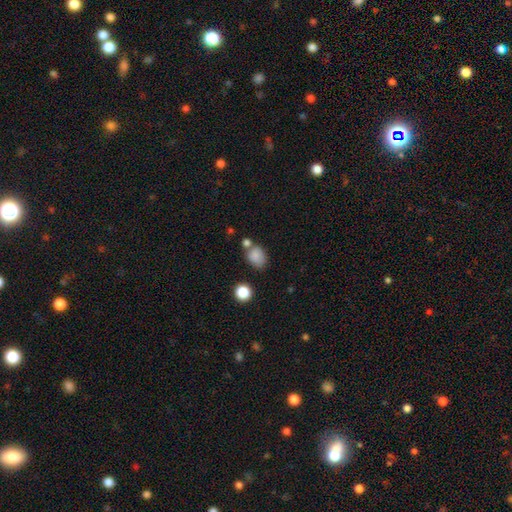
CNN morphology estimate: smooth 83%, star or artifact 11%, featured or disk 6%. Down the decision tree: how rounded — in between (57%); merging — none (56%).